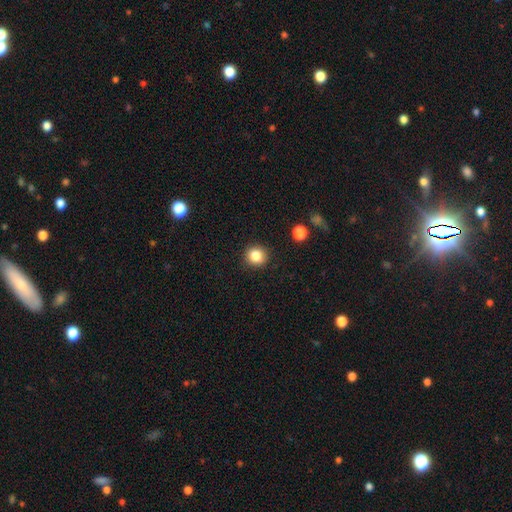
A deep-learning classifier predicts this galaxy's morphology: This appears to be a smooth galaxy with no disk features (84%) that is round (90%). Merging: none (90%).